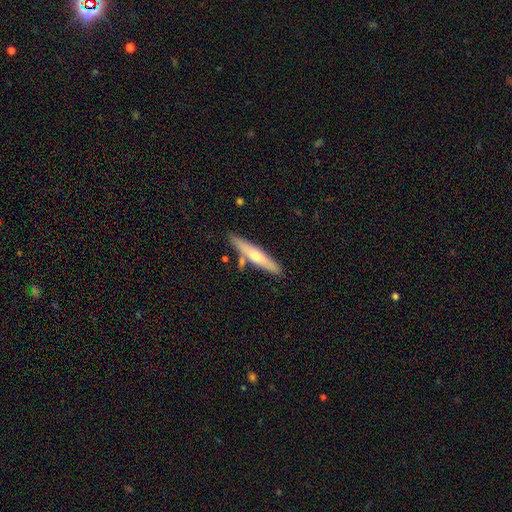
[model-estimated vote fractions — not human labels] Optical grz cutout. It shows a smooth galaxy with no disk features (53%) that is cigar-shaped (89%). Merging: none (78%).